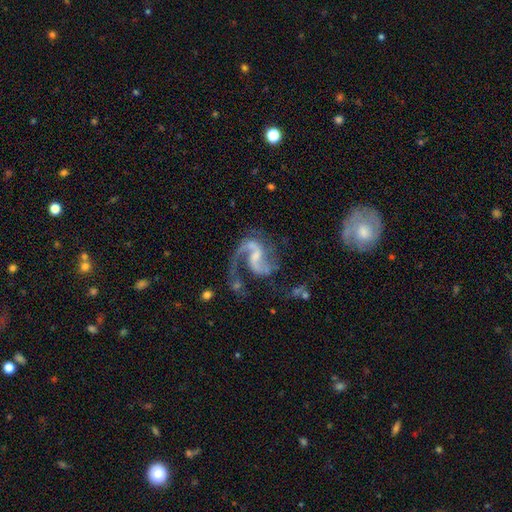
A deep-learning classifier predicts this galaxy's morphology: A featured or disk galaxy (90%) with a weak bar (50%), 2 (76%) medium (46%, tied with loose) spiral arms (97%) and a small central bulge (41%). Merging: none (48%).